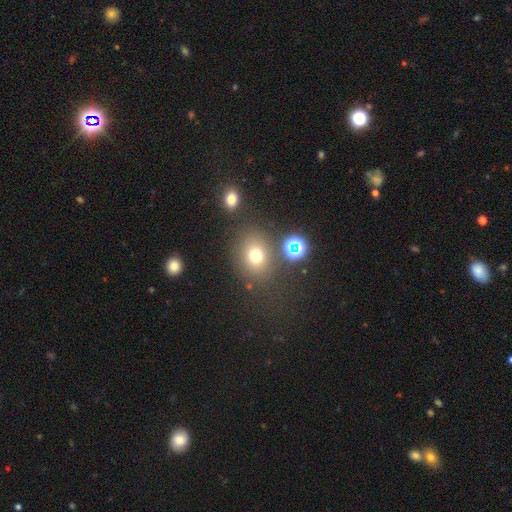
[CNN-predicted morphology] smooth_or_featured: smooth (p=0.71) [alt: star or artifact p=0.19]
how_rounded: round (p=0.60) [alt: in between p=0.39]
merging: none (p=0.76) [alt: minor disturbance p=0.11]